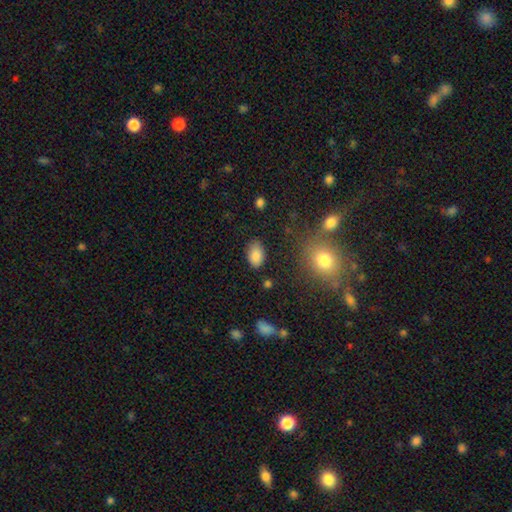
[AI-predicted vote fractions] smooth 85%, star or artifact 9%, featured or disk 6%. Down the decision tree: how rounded — in between (89%); merging — none (80%).